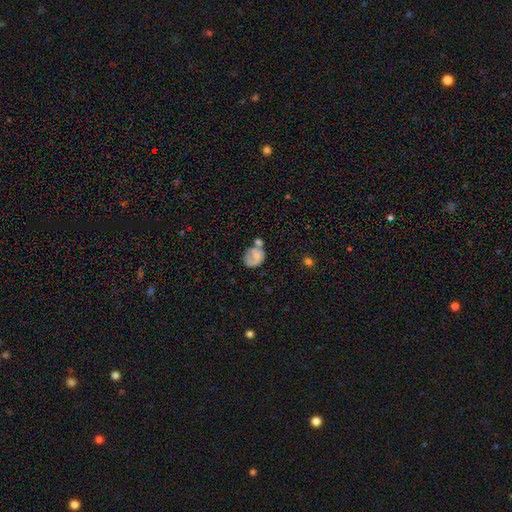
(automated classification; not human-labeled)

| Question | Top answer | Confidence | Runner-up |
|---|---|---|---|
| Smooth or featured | smooth | 58% | featured or disk (32%) |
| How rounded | round | 53% | in between (46%) |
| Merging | none | 34% | merger (27%) |